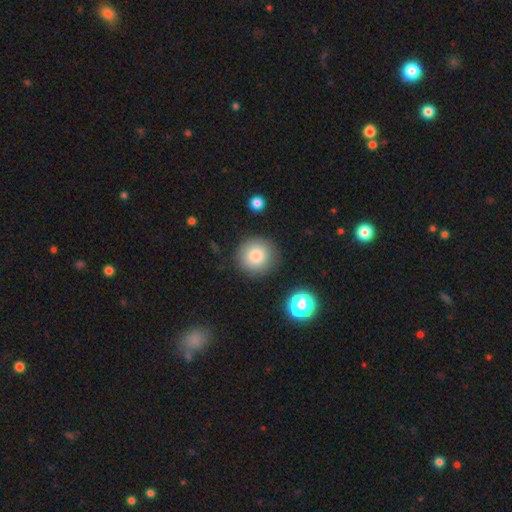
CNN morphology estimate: This appears to be a smooth galaxy with no disk features (83%) that is round (93%). Merging: none (86%).